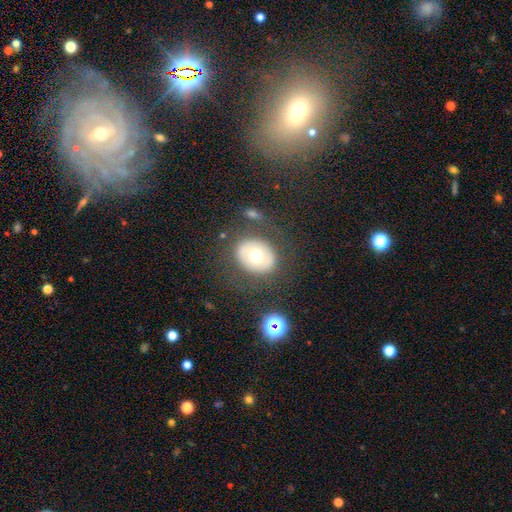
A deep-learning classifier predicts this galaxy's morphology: Q: Smooth or featured?
A: smooth (54%); runner-up: featured or disk (36%)
Q: How rounded?
A: round (69%); runner-up: in between (31%)
Q: Merging?
A: none (80%); runner-up: minor disturbance (11%)